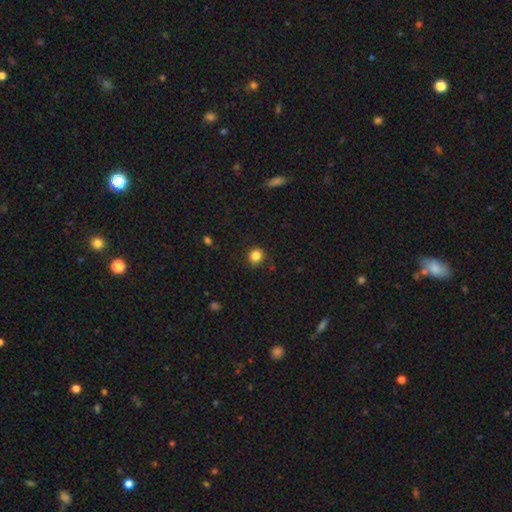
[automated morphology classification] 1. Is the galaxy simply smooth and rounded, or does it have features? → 84% smooth, 11% star or artifact, 4% featured or disk.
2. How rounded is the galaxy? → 82% round, 17% in between, 1% cigar-shaped.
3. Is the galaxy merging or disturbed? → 84% none, 12% minor disturbance, 3% major disturbance, 1% merger.